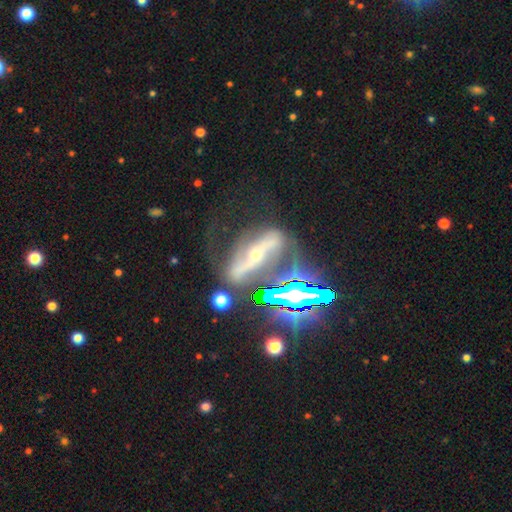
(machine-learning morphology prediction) smooth_or_featured: featured or disk (p=0.74) [alt: star or artifact p=0.15]
disk_edge_on: no (p=0.76) [alt: yes p=0.24]
bar: strong (p=0.66) [alt: no p=0.21]
has_spiral_arms: yes (p=0.77) [alt: no p=0.23]
bulge_size: small (p=0.64) [alt: moderate p=0.32]
merging: none (p=0.46) [alt: major disturbance p=0.25]